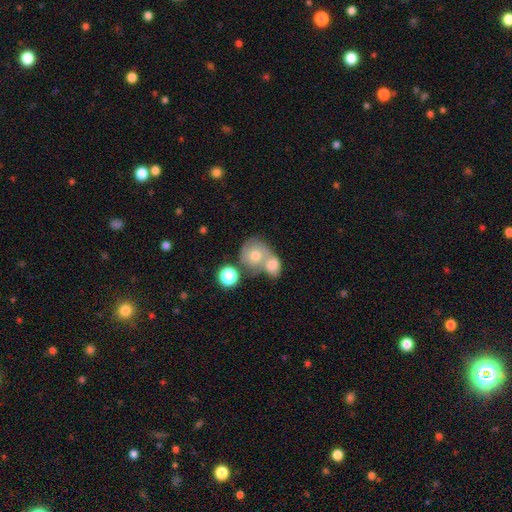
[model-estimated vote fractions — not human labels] Smooth or featured? smooth (55%)
How rounded? round (74%)
Merging? merger (60%)